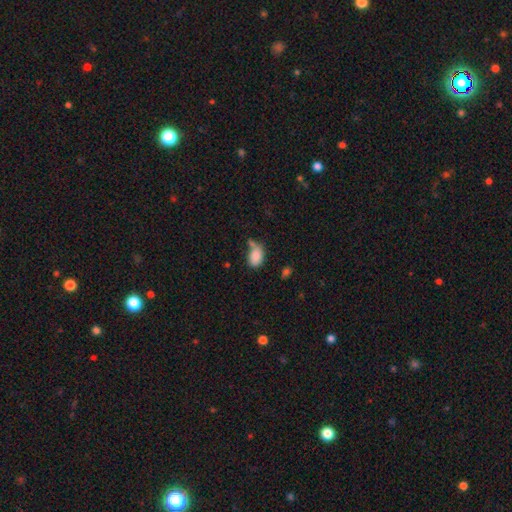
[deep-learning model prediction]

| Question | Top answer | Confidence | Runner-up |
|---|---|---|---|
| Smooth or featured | smooth | 85% | star or artifact (9%) |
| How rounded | in between | 87% | round (12%) |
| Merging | none | 47% | minor disturbance (24%) |